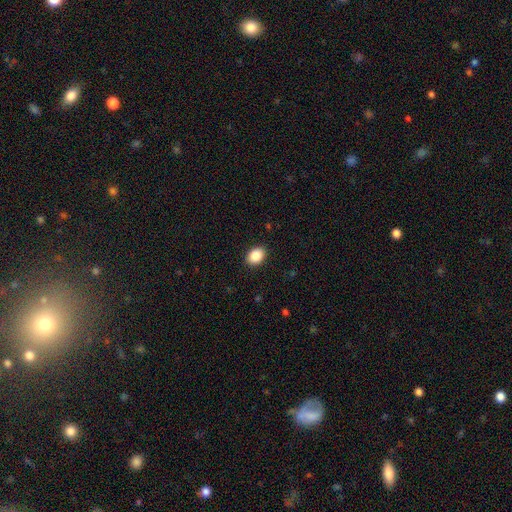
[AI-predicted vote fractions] Q: Smooth or featured?
A: smooth (88%); runner-up: star or artifact (8%)
Q: How rounded?
A: in between (75%); runner-up: round (24%)
Q: Merging?
A: none (90%); runner-up: minor disturbance (7%)